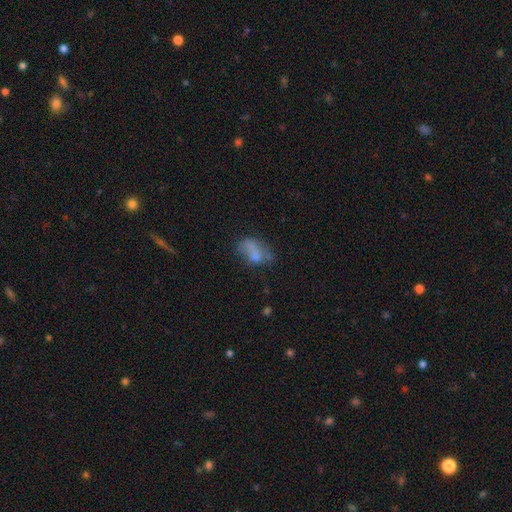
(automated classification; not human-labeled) Smooth or featured: smooth — 59% (featured or disk — 27%)
How rounded: in between — 84% (round — 10%)
Merging: none — 41% (minor disturbance — 28%)